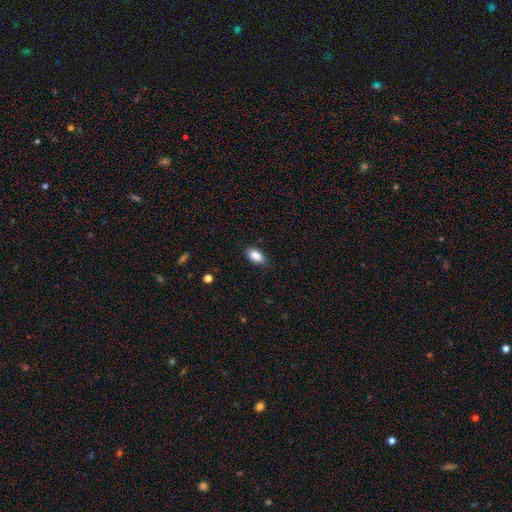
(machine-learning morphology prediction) Overall: smooth (89%). How rounded: in between (92%). Merging: none (83%).